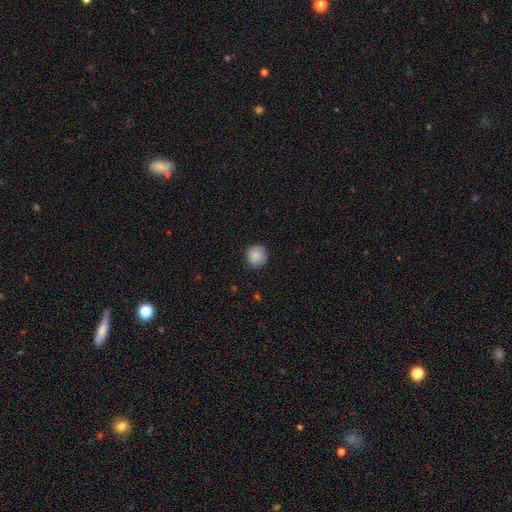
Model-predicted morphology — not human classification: This is clearly a smooth galaxy (85%). How rounded: clearly round (92%). Merging: clearly none (85%).